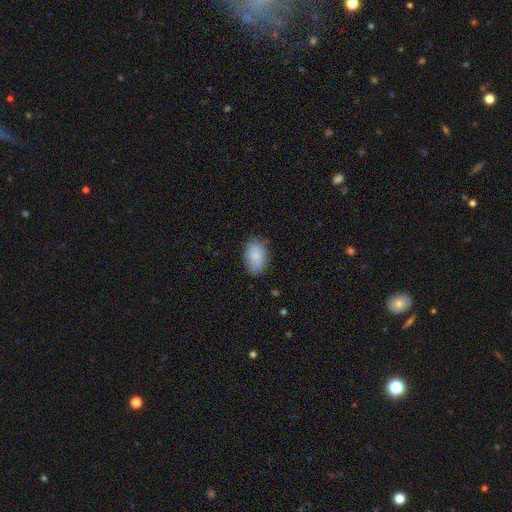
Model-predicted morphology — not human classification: smooth-or-featured: smooth: 88% | star or artifact: 7% | featured or disk: 6%
  how-rounded: in between: 91% | round: 8% | cigar-shaped: 1%
  merging: none: 80% | minor disturbance: 16% | major disturbance: 3% | merger: 1%